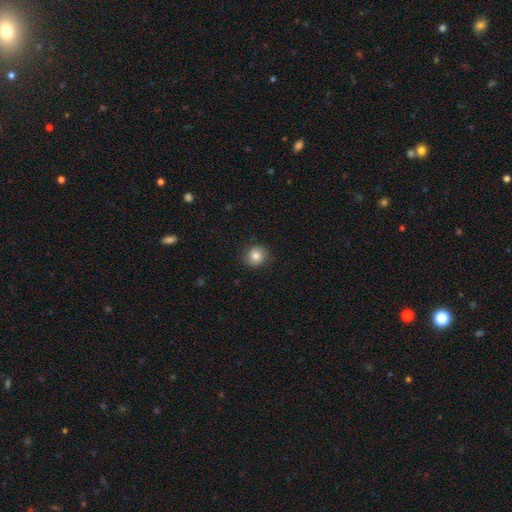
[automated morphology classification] The model was most divided on "how rounded": round: 85%, in between: 14%, cigar-shaped: 1%. More confident: merging — none (86%); smooth or featured — smooth (83%).